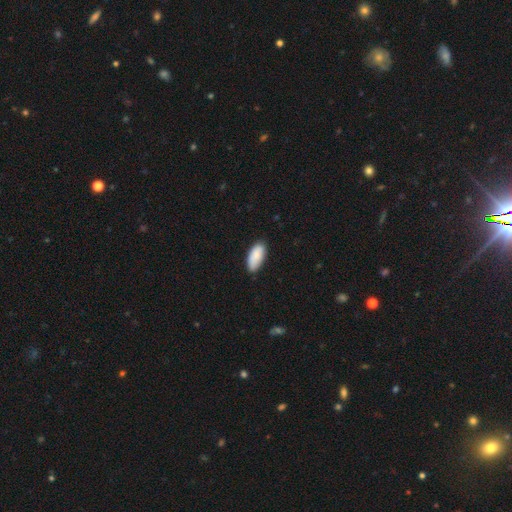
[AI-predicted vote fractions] Overall: smooth (88%). How rounded: in between (91%). Merging: none (78%).